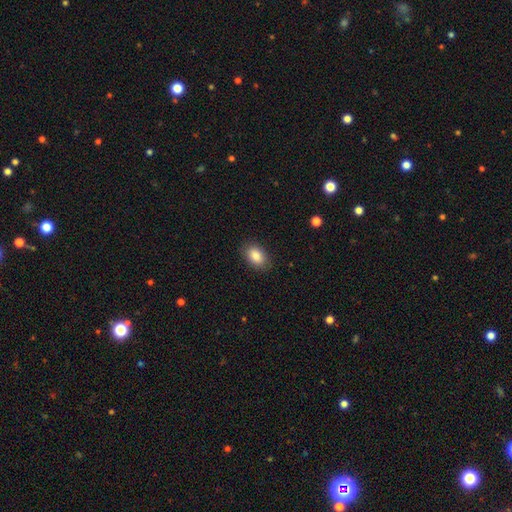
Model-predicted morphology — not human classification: This is clearly a smooth galaxy (86%). How rounded: clearly in between (87%). Merging: clearly none (87%).